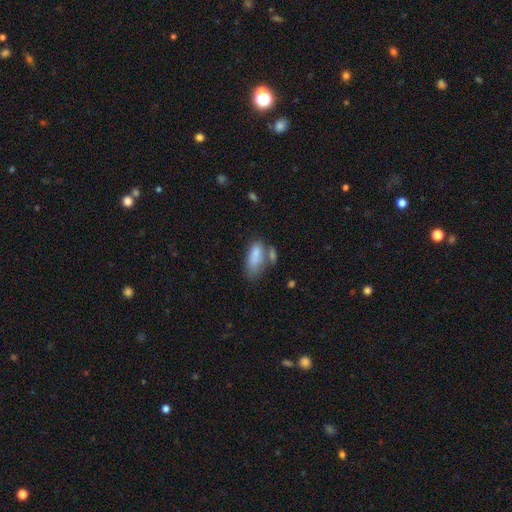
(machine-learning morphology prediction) smooth-or-featured: smooth: 80% | featured or disk: 12% | star or artifact: 8%
  how-rounded: in between: 86% | cigar-shaped: 11% | round: 3%
  merging: merger: 36% | none: 31% | minor disturbance: 19% | major disturbance: 14%